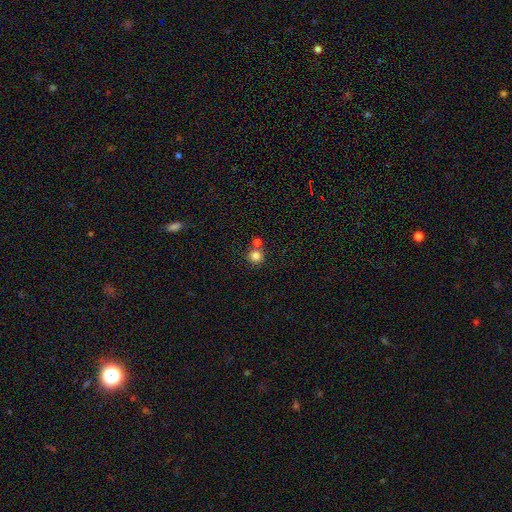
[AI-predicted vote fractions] This appears to be a smooth galaxy with no disk features (83%) that is round (93%). Merging: none (66%).